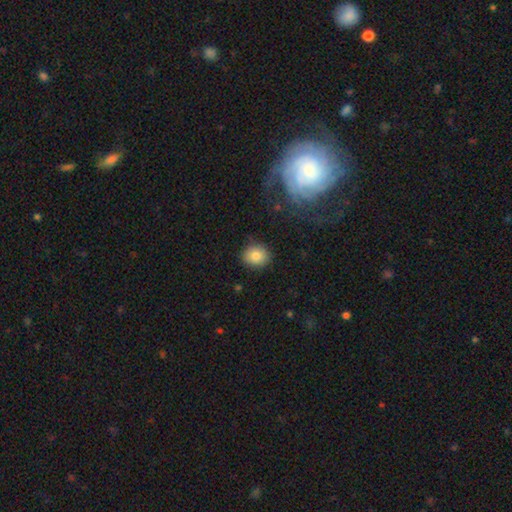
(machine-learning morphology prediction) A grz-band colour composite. It shows a smooth galaxy with no disk features (82%) that is round (71%). Merging: none (87%).